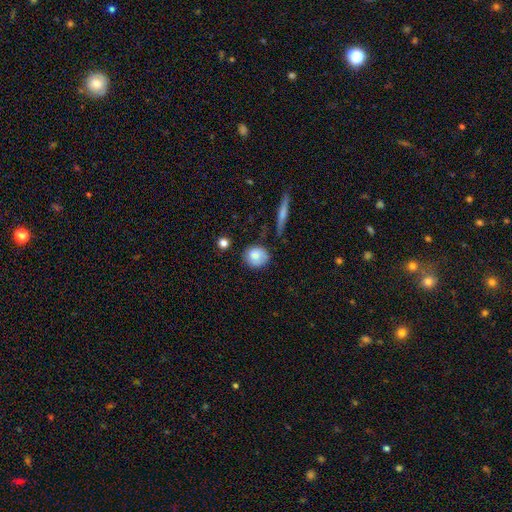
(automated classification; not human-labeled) Smooth or featured: smooth — 80% (featured or disk — 13%)
How rounded: round — 80% (in between — 18%)
Merging: none — 71% (minor disturbance — 21%)